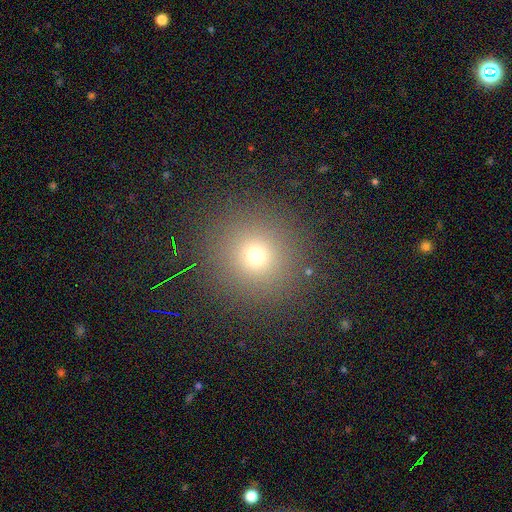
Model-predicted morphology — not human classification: Smooth or featured? smooth (68%)
How rounded? round (94%)
Merging? none (89%)